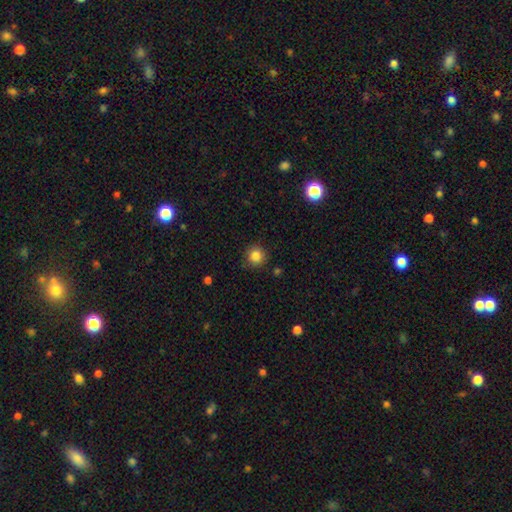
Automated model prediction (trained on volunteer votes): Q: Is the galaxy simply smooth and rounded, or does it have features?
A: smooth — 85%.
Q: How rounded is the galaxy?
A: round — 93%.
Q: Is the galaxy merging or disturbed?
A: none — 88%.